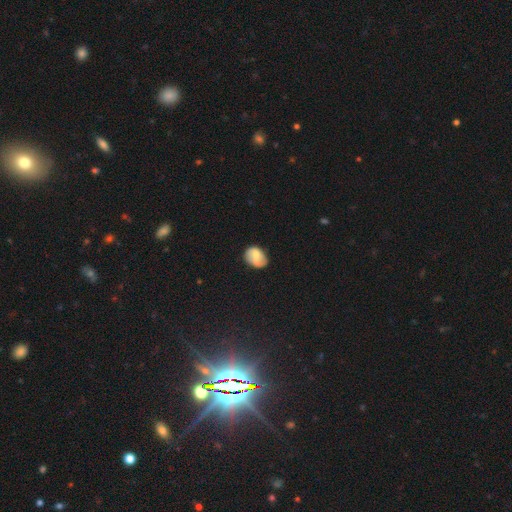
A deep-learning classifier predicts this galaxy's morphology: The model was most divided on "merging": none: 61%, minor disturbance: 31%, major disturbance: 7%, merger: 2%. More confident: how rounded — in between (75%); smooth or featured — smooth (66%).